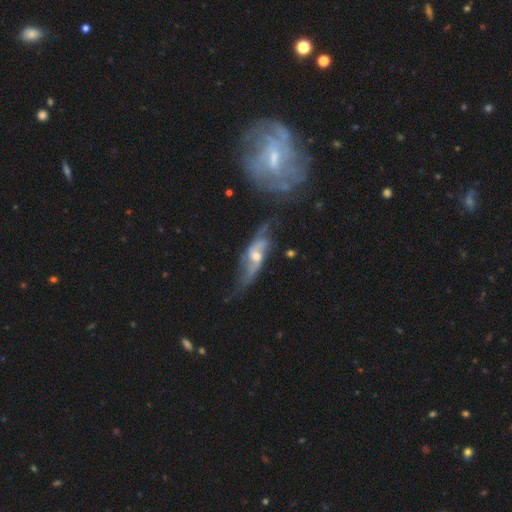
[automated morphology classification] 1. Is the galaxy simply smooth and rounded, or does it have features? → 80% featured or disk, 13% smooth, 6% star or artifact.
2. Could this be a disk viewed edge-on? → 80% no, 20% yes.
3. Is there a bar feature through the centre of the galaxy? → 52% no, 37% weak, 11% strong.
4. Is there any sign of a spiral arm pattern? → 89% yes, 11% no.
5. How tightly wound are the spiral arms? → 57% loose, 29% medium, 14% tight.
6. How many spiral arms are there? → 73% 2, 16% can't tell, 4% 3, 3% 1, 2% 4, 2% more than 4.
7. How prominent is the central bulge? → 54% moderate, 39% small, 3% large, 3% none, 1% dominant.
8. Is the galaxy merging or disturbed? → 51% none, 25% minor disturbance, 17% major disturbance, 6% merger.